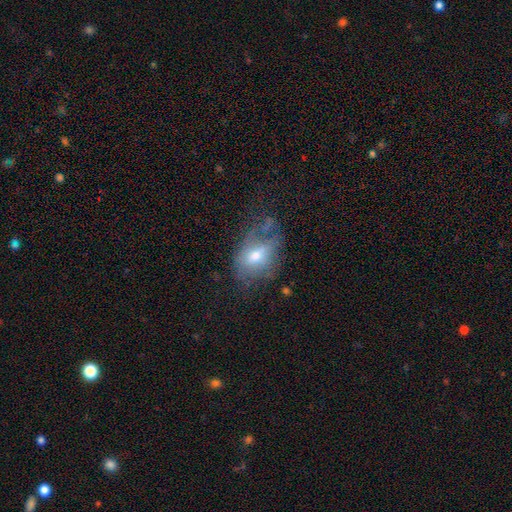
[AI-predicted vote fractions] Morphology: type=smooth (53%); roundness=in between (76%); merging=major disturbance (35%).